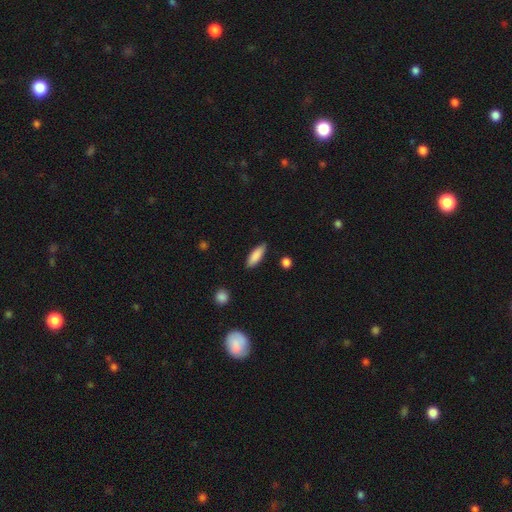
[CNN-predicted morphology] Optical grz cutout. It shows a smooth galaxy with no disk features (85%) that is in between round and cigar-shaped (55%). Merging: none (85%).